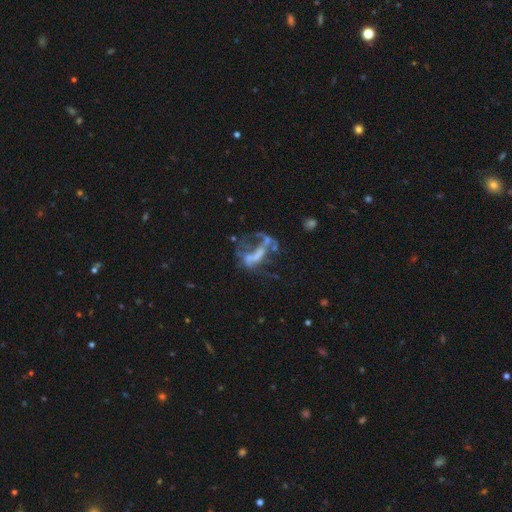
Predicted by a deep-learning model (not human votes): A featured or disk galaxy (63%) with no bar (60%), no spiral arms (74%) and no central bulge (65%).

Vote fractions:
- Smooth or featured? featured or disk: 63% / smooth: 19% / star or artifact: 18%
- Edge-on disk? no: 95% / yes: 5%
- Bar? no: 60% / strong: 21% / weak: 20%
- Spiral arms? no: 74% / yes: 26%
- Bulge size? none: 65% / small: 15% / moderate: 13% / large: 5% / dominant: 2%
- Merging? major disturbance: 45% / none: 25% / merger: 18% / minor disturbance: 12%